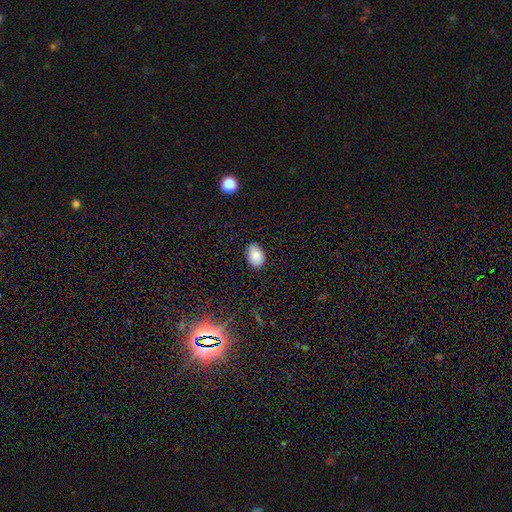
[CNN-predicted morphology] smooth 82%, featured or disk 9%, star or artifact 8%. Down the decision tree: how rounded — in between (82%); merging — none (83%).